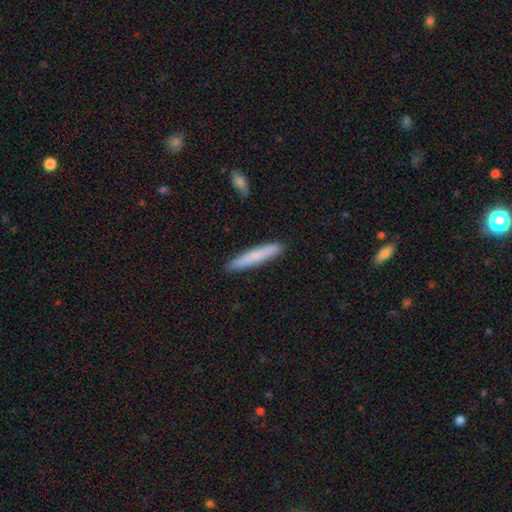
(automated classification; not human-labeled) This appears to be a smooth galaxy with no disk features (77%) that is cigar-shaped (95%). Merging: none (91%).